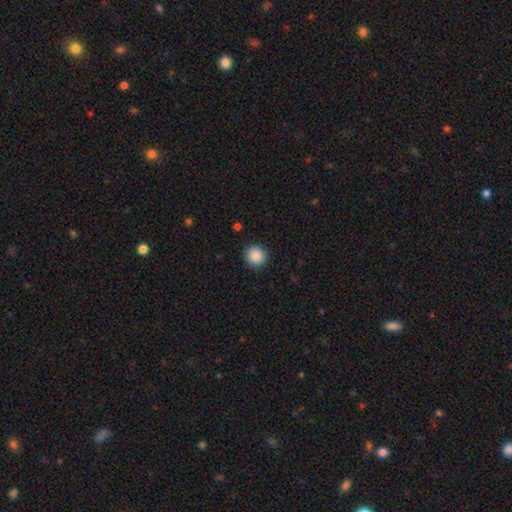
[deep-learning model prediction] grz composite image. It shows a smooth galaxy with no disk features (88%) that is round (93%). Merging: none (91%).